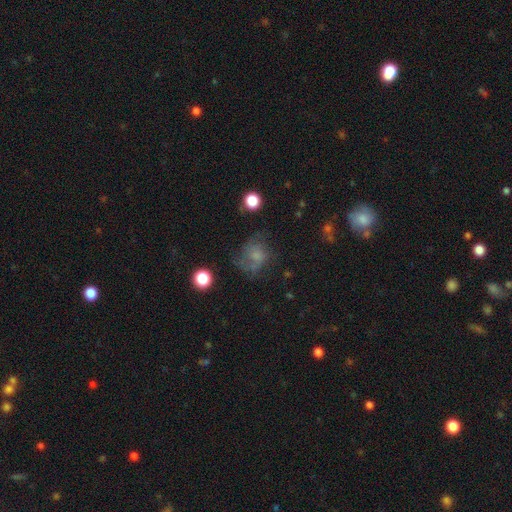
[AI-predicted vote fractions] smooth_or_featured: smooth (p=0.51) [alt: featured or disk p=0.33]
how_rounded: round (p=0.67) [alt: in between p=0.31]
merging: none (p=0.46) [alt: major disturbance p=0.26]